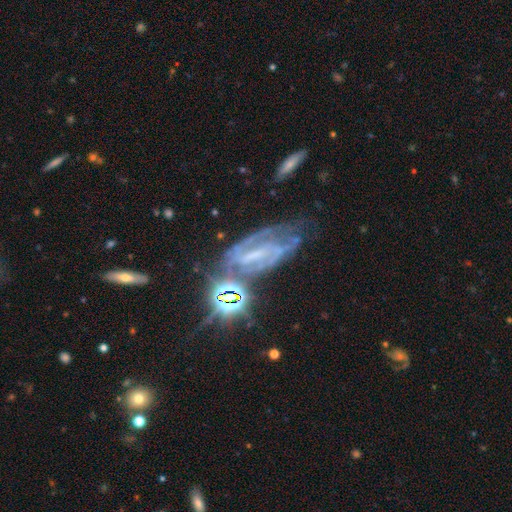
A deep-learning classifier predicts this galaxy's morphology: This is likely a featured or disk galaxy (70%). It is clearly not viewed edge-on (91%). Bar: marginally strong (39%). Spiral arm pattern: clearly yes (83%). Spiral arm count: possibly 2 (51%). Spiral winding: marginally medium (42%). Central bulge: possibly small (51%). Merging: marginally none (43%).